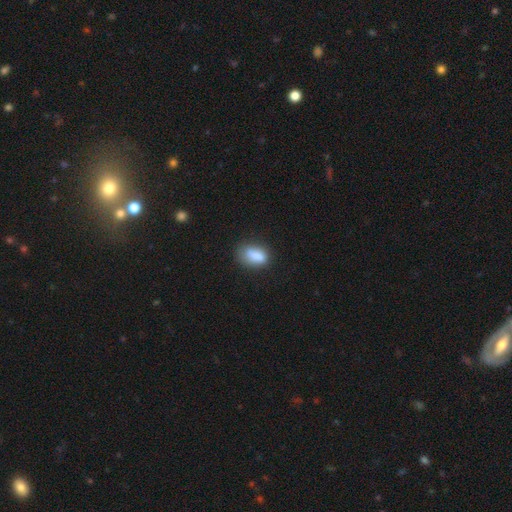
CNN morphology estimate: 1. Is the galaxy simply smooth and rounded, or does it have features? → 83% smooth, 9% star or artifact, 8% featured or disk.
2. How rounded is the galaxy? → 85% in between, 10% round, 6% cigar-shaped.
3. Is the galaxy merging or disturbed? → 61% none, 27% minor disturbance, 8% major disturbance, 4% merger.